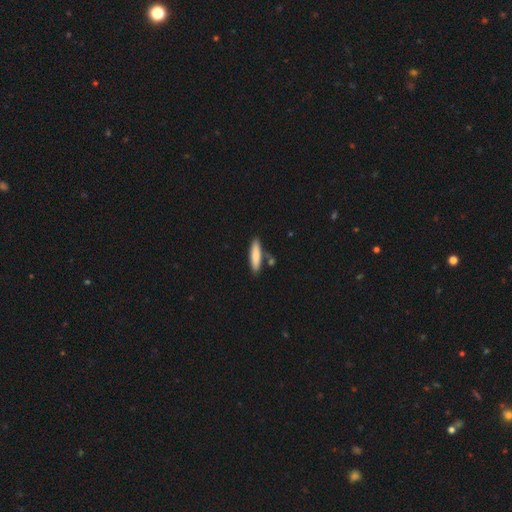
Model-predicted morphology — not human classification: Smooth or featured?
  - smooth: 80% *
  - featured or disk: 14%
  - star or artifact: 6%
How rounded?
  - cigar-shaped: 72% *
  - in between: 27%
  - round: 2%
Merging?
  - none: 78% *
  - minor disturbance: 12%
  - merger: 8%
  - major disturbance: 2%